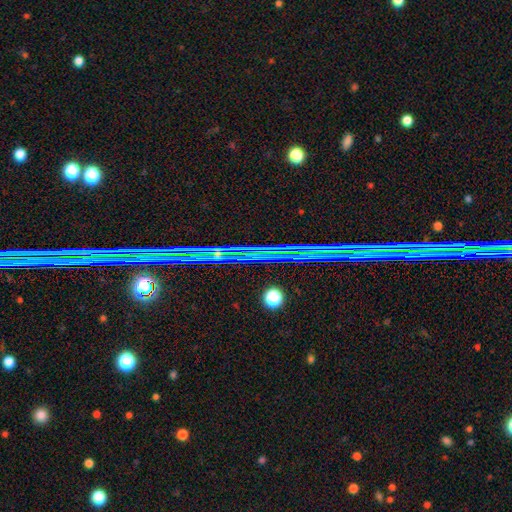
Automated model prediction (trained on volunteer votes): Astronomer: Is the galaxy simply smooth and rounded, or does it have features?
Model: star or artifact — 84%.